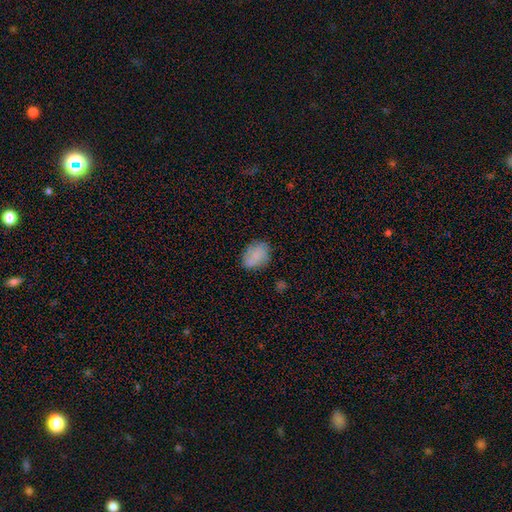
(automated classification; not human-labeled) Smooth or featured? Predicted: smooth (p=0.78). How rounded? Predicted: in between (p=0.64). Merging? Predicted: none (p=0.73).